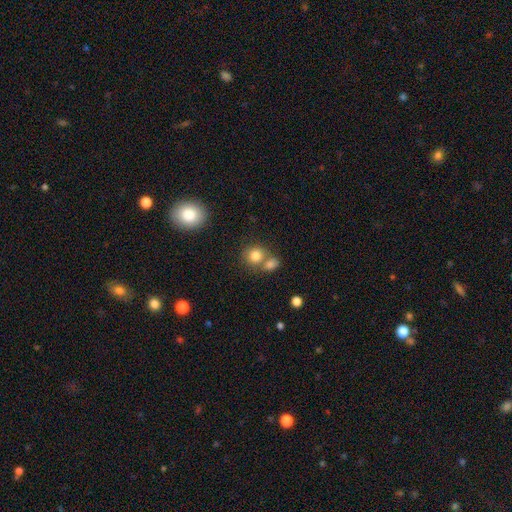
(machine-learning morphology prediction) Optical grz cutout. It shows a smooth galaxy with no disk features (81%) that is round (77%). Merging: none (48%).